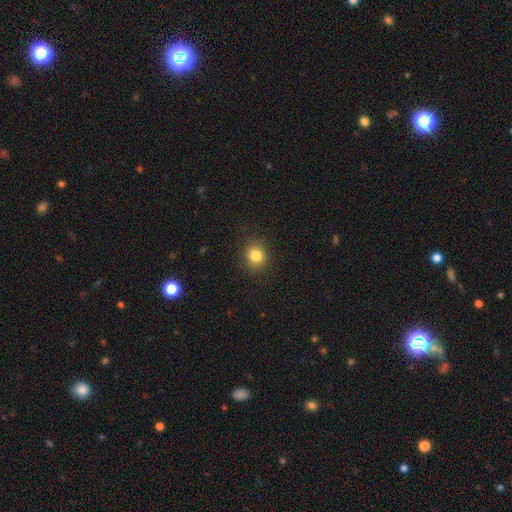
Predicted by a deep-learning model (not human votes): This is clearly a smooth galaxy (83%). How rounded: clearly round (81%). Merging: clearly none (89%).